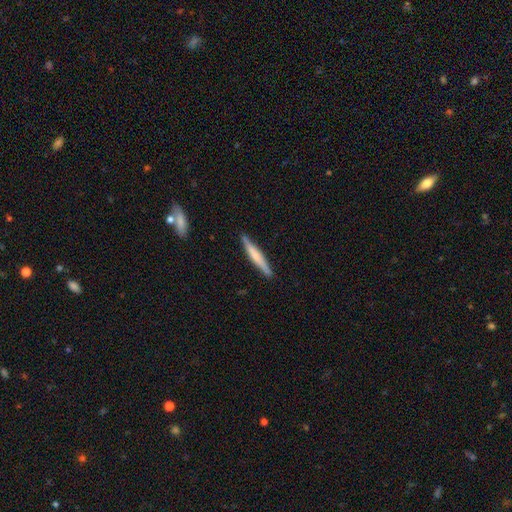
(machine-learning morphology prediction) The model was most divided on "smooth or featured": smooth: 54%, featured or disk: 40%, star or artifact: 5%. More confident: how rounded — cigar-shaped (95%); merging — none (89%).